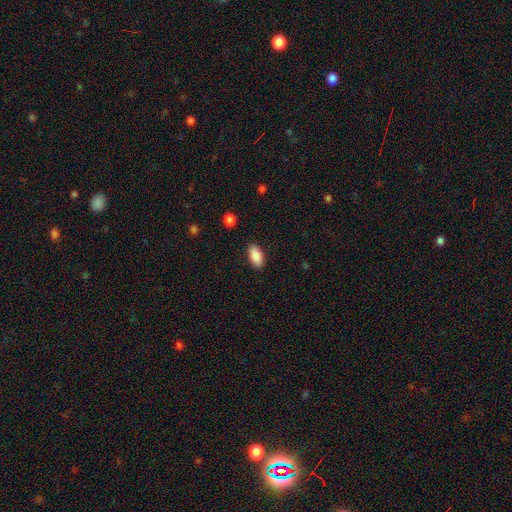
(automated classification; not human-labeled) A smooth galaxy with no disk features (88%) that is in between round and cigar-shaped (92%). Merging: none (87%).